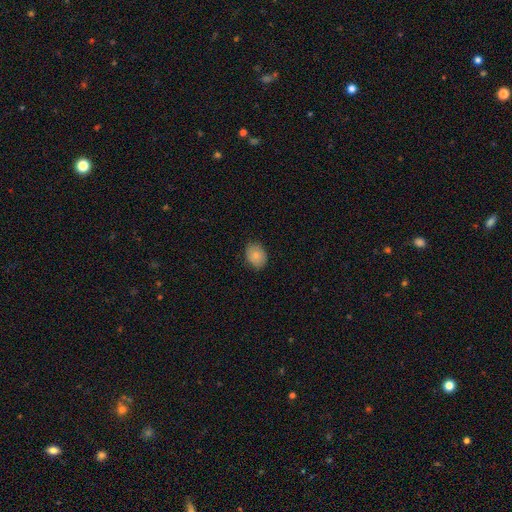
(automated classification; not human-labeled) Overall: smooth (79%). How rounded: in between (59%; round 40%). Merging: none (80%).